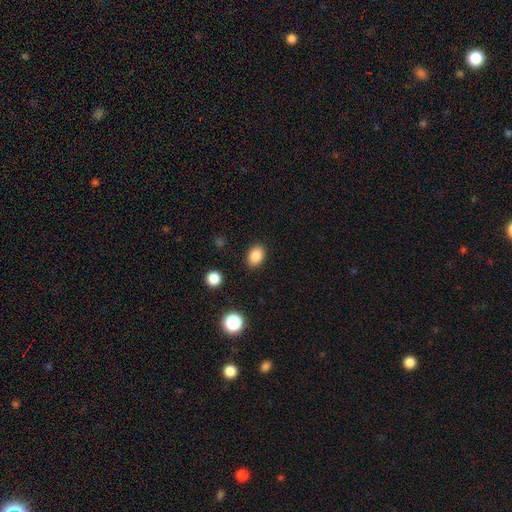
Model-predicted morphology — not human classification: A smooth galaxy with no disk features (86%) that is in between round and cigar-shaped (72%).

Vote fractions:
- Smooth or featured? smooth: 86% / star or artifact: 10% / featured or disk: 4%
- How rounded? in between: 72% / round: 27% / cigar-shaped: 1%
- Merging? none: 87% / minor disturbance: 9% / major disturbance: 3% / merger: 1%